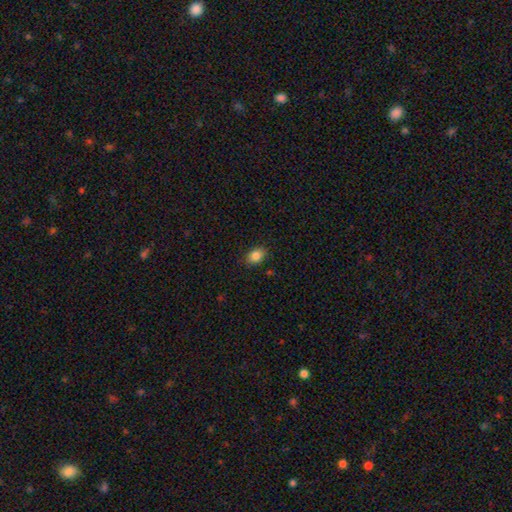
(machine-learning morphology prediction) Smooth or featured?
  - smooth: 85% *
  - star or artifact: 10%
  - featured or disk: 6%
How rounded?
  - in between: 74% *
  - round: 25%
  - cigar-shaped: 1%
Merging?
  - none: 85% *
  - minor disturbance: 11%
  - major disturbance: 3%
  - merger: 1%